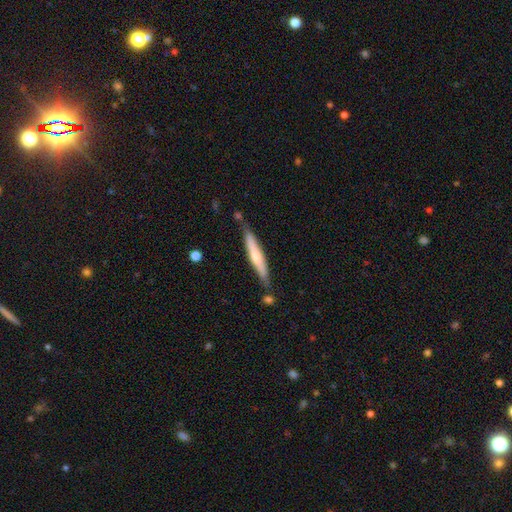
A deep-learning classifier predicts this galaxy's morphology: Q: Smooth or featured?
A: smooth (51%); runner-up: featured or disk (44%)
Q: How rounded?
A: cigar-shaped (92%); runner-up: in between (7%)
Q: Merging?
A: none (70%); runner-up: minor disturbance (19%)